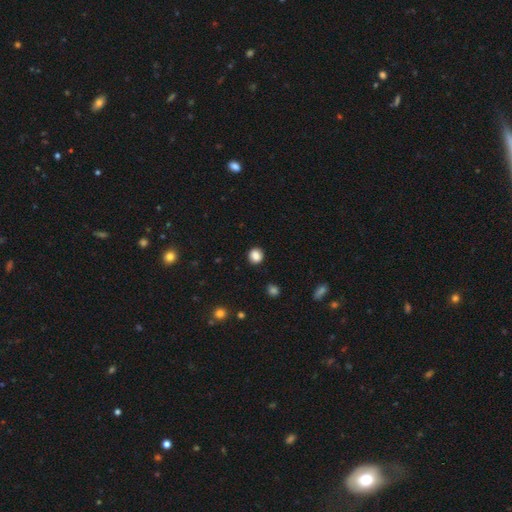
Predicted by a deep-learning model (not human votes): Smooth or featured: smooth — 86% (star or artifact — 10%)
How rounded: round — 82% (in between — 17%)
Merging: none — 88% (minor disturbance — 8%)